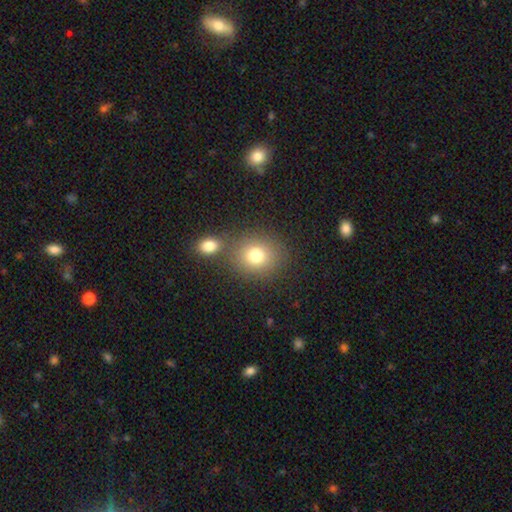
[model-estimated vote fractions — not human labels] Morphology: type=smooth (76%); roundness=round (75%); merging=none (68%).